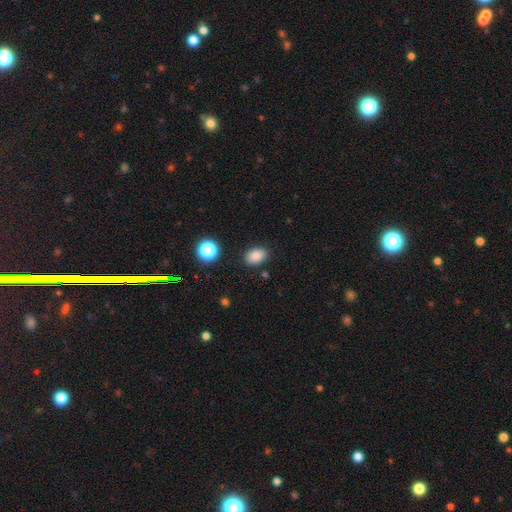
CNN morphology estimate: Smooth or featured: smooth — 85% (star or artifact — 11%)
How rounded: in between — 81% (round — 17%)
Merging: none — 85% (minor disturbance — 10%)